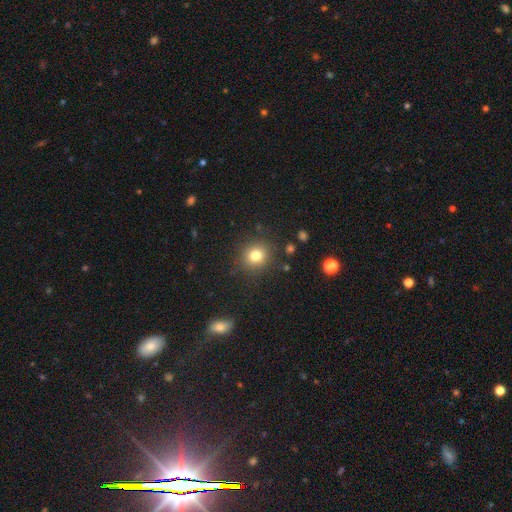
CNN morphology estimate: Smooth or featured?
  - smooth: 80% *
  - star or artifact: 13%
  - featured or disk: 8%
How rounded?
  - round: 84% *
  - in between: 15%
  - cigar-shaped: 1%
Merging?
  - none: 87% *
  - minor disturbance: 8%
  - major disturbance: 3%
  - merger: 2%